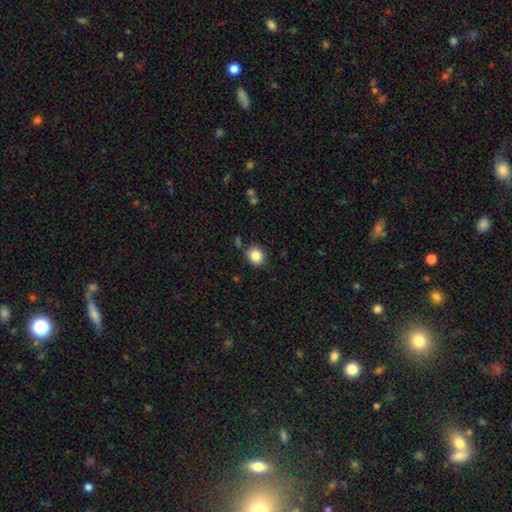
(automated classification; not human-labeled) Smooth or featured? Predicted: smooth (p=0.85). How rounded? Predicted: round (p=0.67). Merging? Predicted: none (p=0.84).